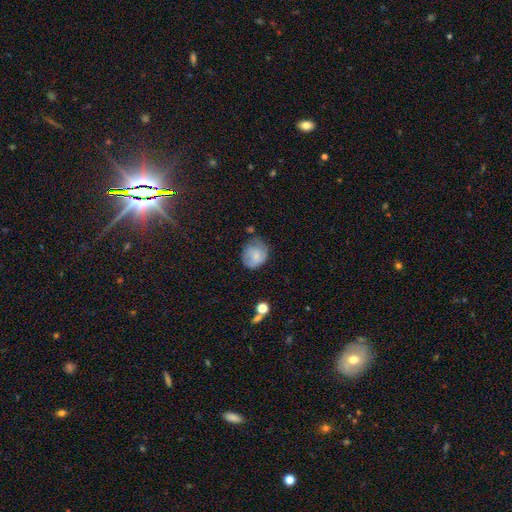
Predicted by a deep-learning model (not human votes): Morphology: type=smooth (70%); roundness=round (66%); merging=none (48%).